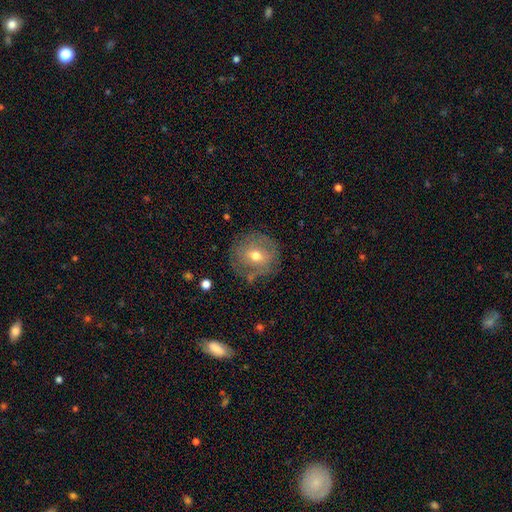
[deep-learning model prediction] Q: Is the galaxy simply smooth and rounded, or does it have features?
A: smooth — 53%.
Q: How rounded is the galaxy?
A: round — 88%.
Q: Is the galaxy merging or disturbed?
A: none — 75%.